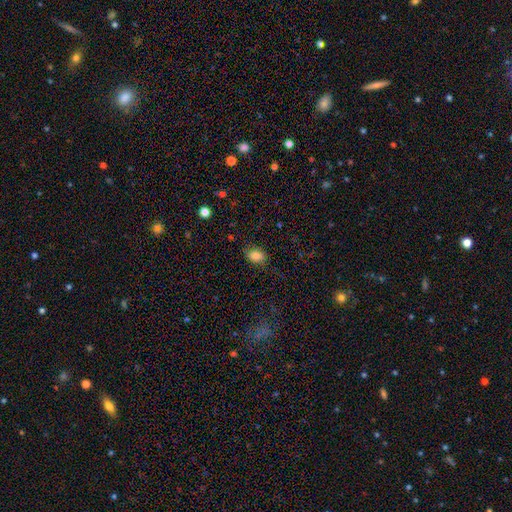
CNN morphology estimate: Smooth or featured: smooth — 84% (star or artifact — 10%)
How rounded: in between — 78% (round — 21%)
Merging: none — 81% (minor disturbance — 14%)